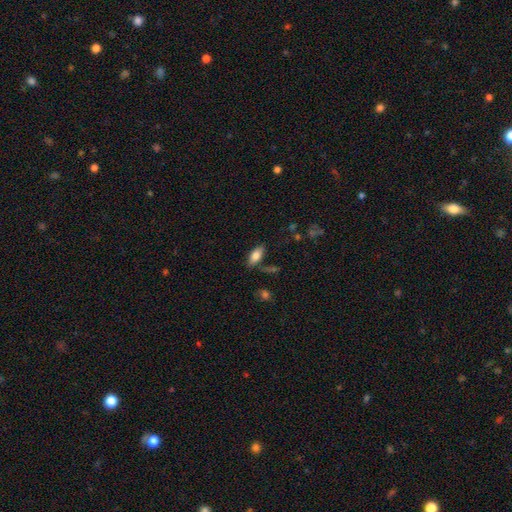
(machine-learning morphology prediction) smooth-or-featured: smooth: 80% | featured or disk: 12% | star or artifact: 7%
  how-rounded: in between: 87% | cigar-shaped: 10% | round: 2%
  merging: none: 77% | minor disturbance: 14% | merger: 5% | major disturbance: 4%